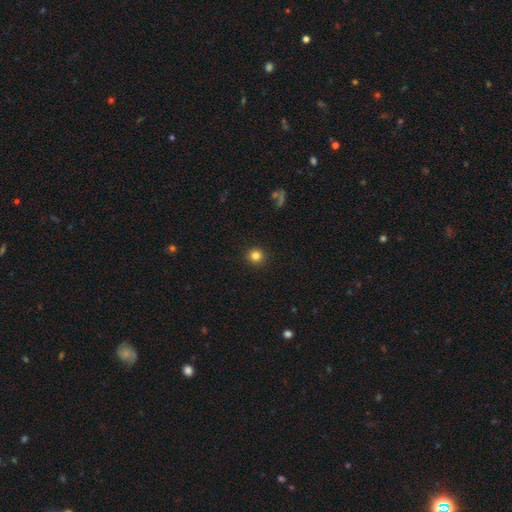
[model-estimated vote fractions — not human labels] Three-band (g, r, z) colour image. It shows a smooth galaxy with no disk features (82%) that is round (93%). Merging: none (92%).